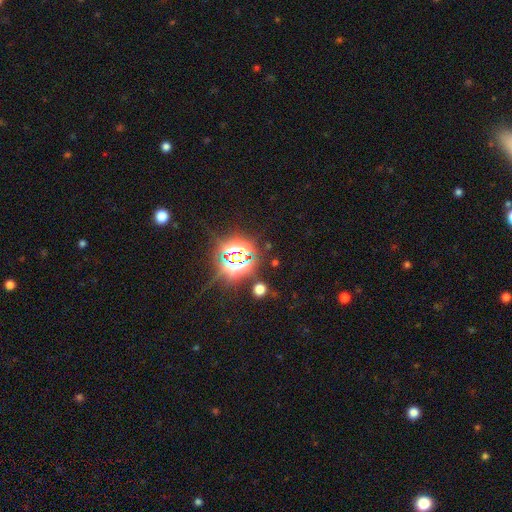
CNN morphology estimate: smooth_or_featured: star or artifact (p=0.81) [alt: smooth p=0.12]